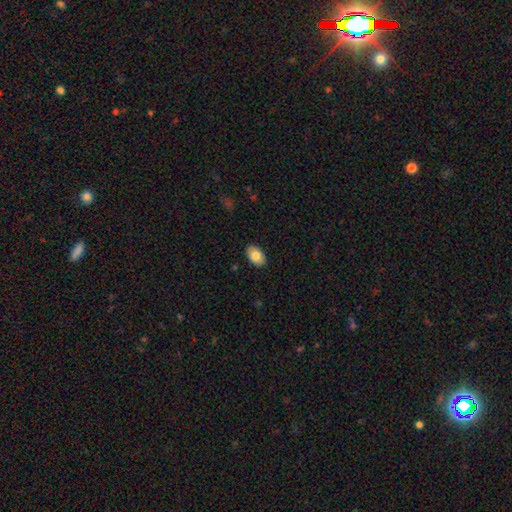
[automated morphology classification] smooth-or-featured: smooth: 81% | featured or disk: 12% | star or artifact: 7%
  how-rounded: in between: 89% | round: 10% | cigar-shaped: 1%
  merging: none: 89% | minor disturbance: 9% | major disturbance: 2% | merger: 1%